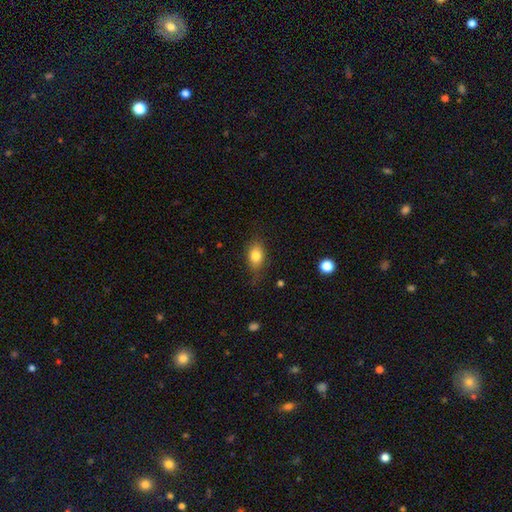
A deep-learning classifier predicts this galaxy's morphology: A smooth galaxy with no disk features (81%) that is in between round and cigar-shaped (78%). Merging: none (71%).